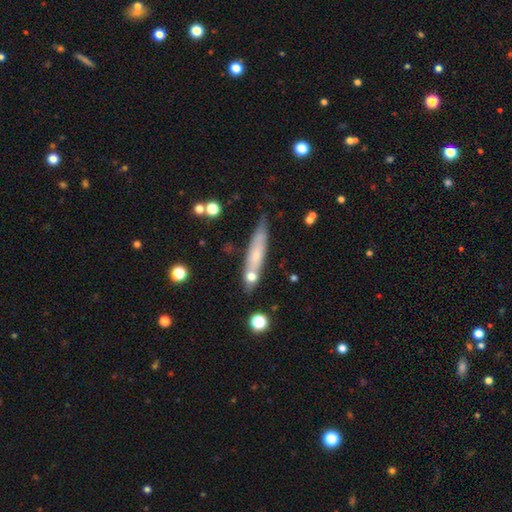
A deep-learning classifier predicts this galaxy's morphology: type=smooth (56%); roundness=cigar-shaped (88%); merging=none (69%).